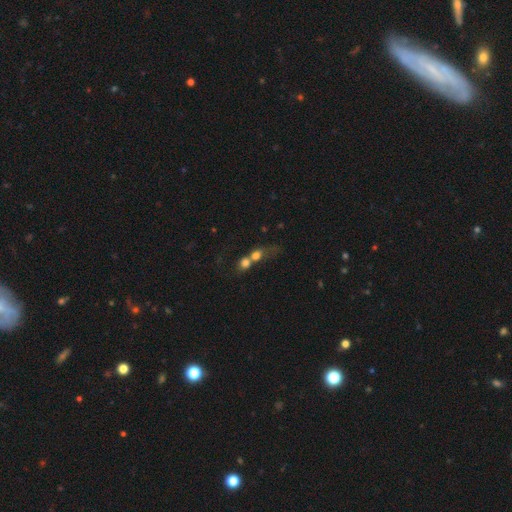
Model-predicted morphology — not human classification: smooth-or-featured: smooth: 69% | featured or disk: 17% | star or artifact: 14%
  how-rounded: round: 67% | in between: 29% | cigar-shaped: 4%
  merging: merger: 74% | none: 15% | major disturbance: 6% | minor disturbance: 5%